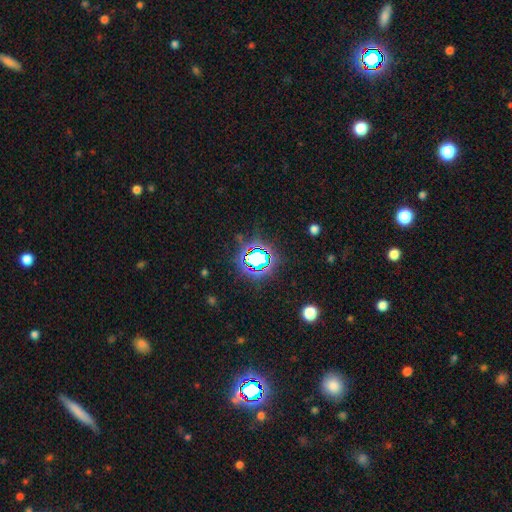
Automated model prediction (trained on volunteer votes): Smooth or featured? star or artifact (79%)